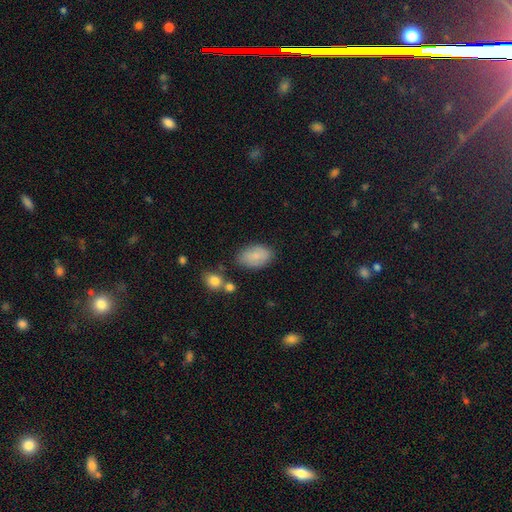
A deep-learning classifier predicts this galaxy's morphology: smooth_or_featured: smooth (p=0.82) [alt: featured or disk p=0.10]
how_rounded: in between (p=0.90) [alt: round p=0.08]
merging: none (p=0.76) [alt: minor disturbance p=0.16]